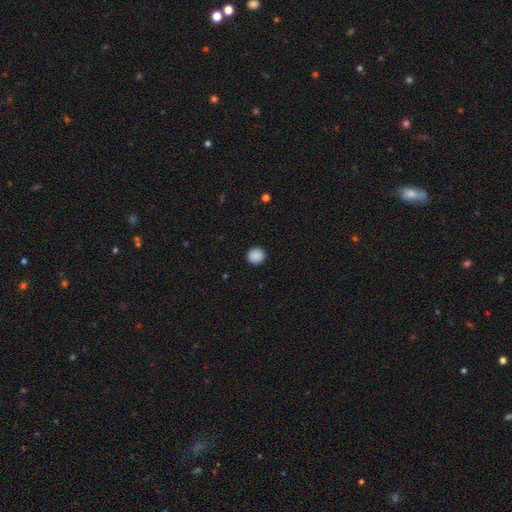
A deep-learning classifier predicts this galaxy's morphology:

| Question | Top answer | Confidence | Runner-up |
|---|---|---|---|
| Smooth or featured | smooth | 89% | star or artifact (9%) |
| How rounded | round | 92% | in between (7%) |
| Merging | none | 92% | minor disturbance (5%) |